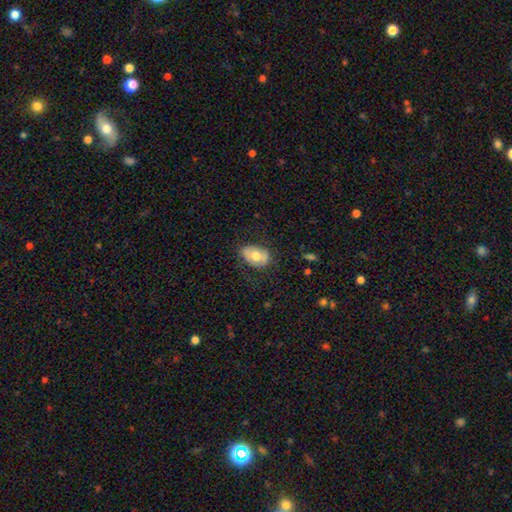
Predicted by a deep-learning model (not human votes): This appears to be a smooth galaxy with no disk features (62%) that is in between round and cigar-shaped (82%). Merging: none (72%).